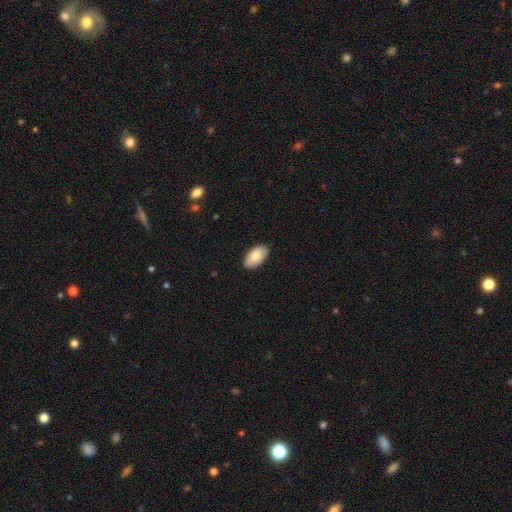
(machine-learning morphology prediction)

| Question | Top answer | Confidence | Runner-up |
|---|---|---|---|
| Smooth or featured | smooth | 79% | featured or disk (15%) |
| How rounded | in between | 95% | round (3%) |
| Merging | none | 88% | minor disturbance (9%) |